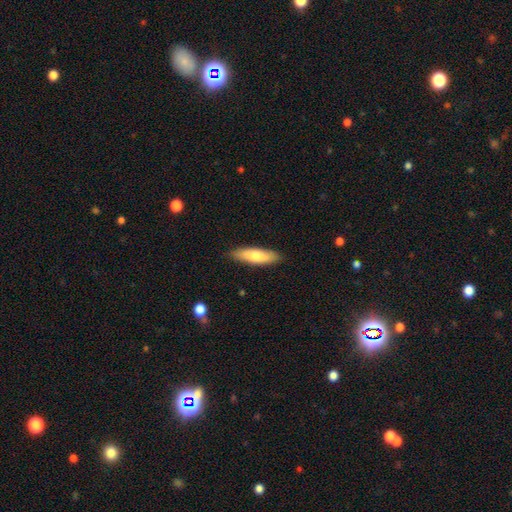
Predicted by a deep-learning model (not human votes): smooth 73%, featured or disk 22%, star or artifact 5%. Down the decision tree: how rounded — cigar-shaped (58%); merging — none (87%).